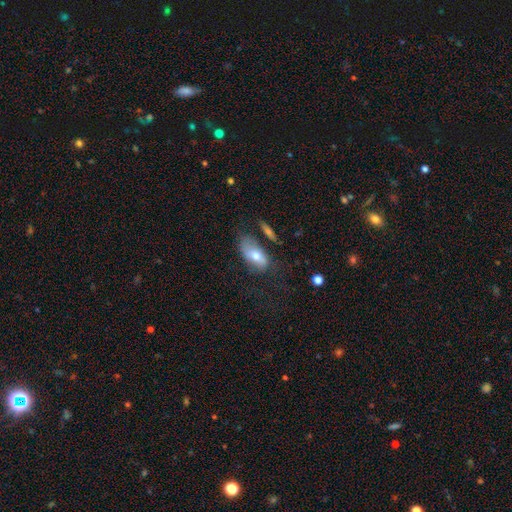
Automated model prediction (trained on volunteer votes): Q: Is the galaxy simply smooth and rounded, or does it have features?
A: smooth — 64%.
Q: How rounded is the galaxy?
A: in between — 90%.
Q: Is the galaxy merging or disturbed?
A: none — 48%.